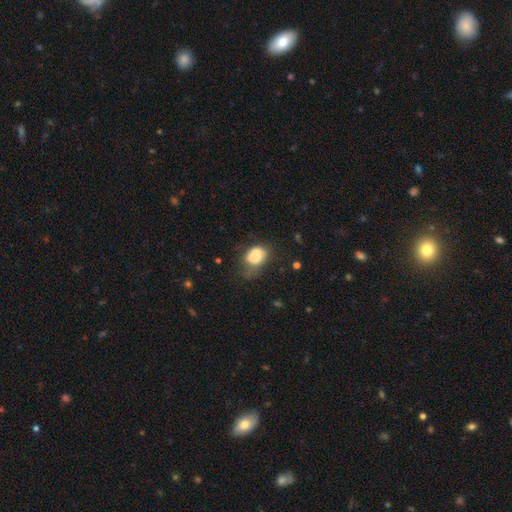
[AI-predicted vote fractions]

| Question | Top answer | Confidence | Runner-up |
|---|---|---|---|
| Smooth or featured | smooth | 76% | featured or disk (15%) |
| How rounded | in between | 66% | round (33%) |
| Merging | minor disturbance | 36% | none (32%) |